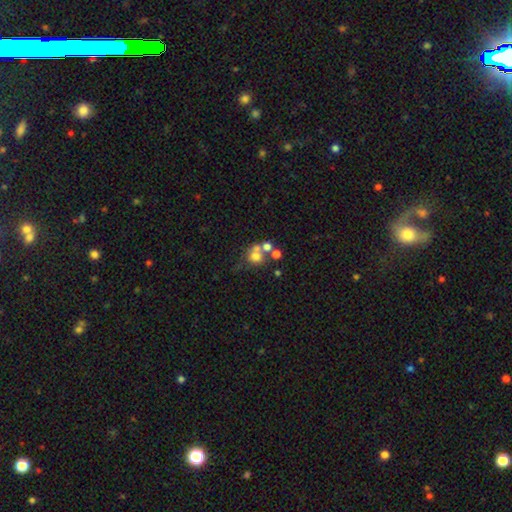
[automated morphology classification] A smooth galaxy with no disk features (62%) that is round (83%). Merging: merger (42%).